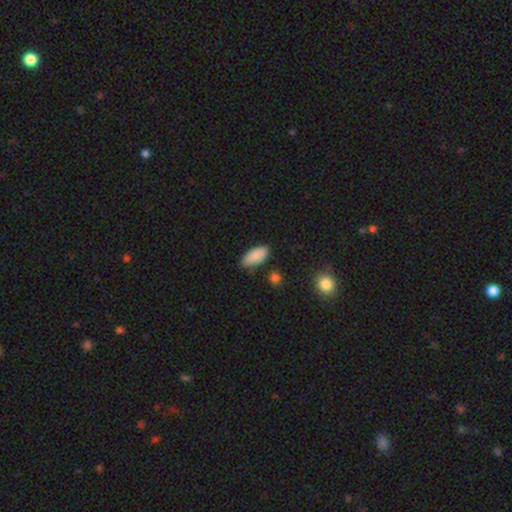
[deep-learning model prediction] Morphology: type=smooth (86%); roundness=in between (91%); merging=none (72%).